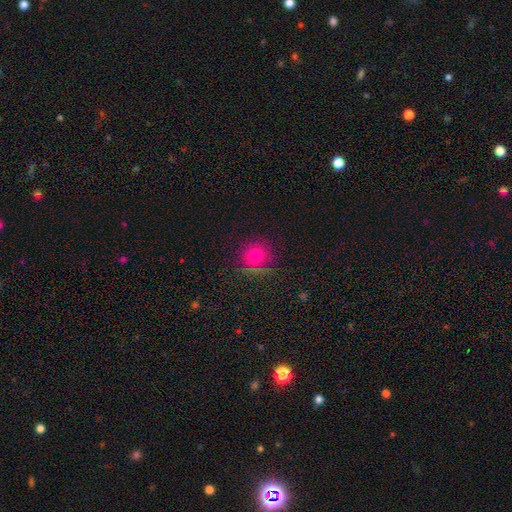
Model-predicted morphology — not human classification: Smooth or featured? Predicted: smooth (p=0.74). How rounded? Predicted: round (p=0.91). Merging? Predicted: none (p=0.82).